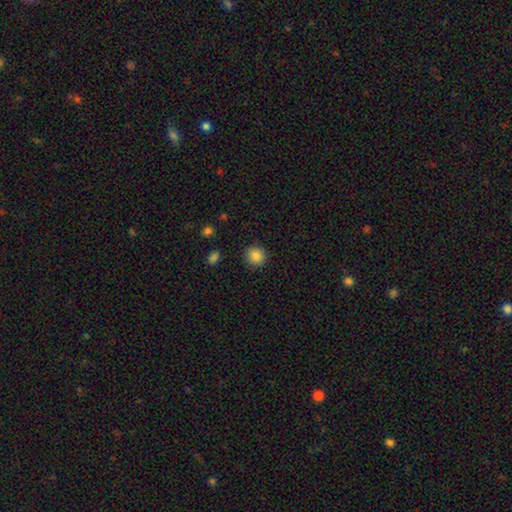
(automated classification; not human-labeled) Smooth or featured: smooth — 86% (star or artifact — 10%)
How rounded: round — 92% (in between — 7%)
Merging: none — 91% (minor disturbance — 6%)